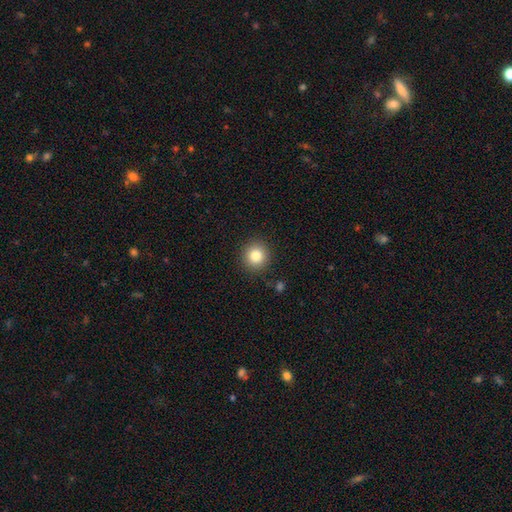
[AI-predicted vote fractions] Overall: smooth (82%). How rounded: round (93%). Merging: none (90%).